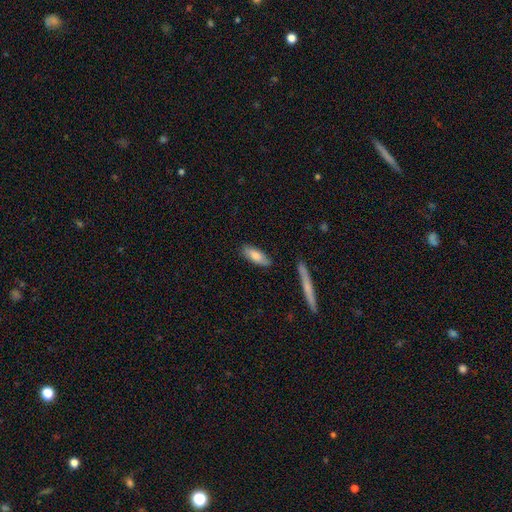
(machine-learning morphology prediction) This appears to be a smooth galaxy with no disk features (79%) that is in between round and cigar-shaped (64%). Merging: none (80%).